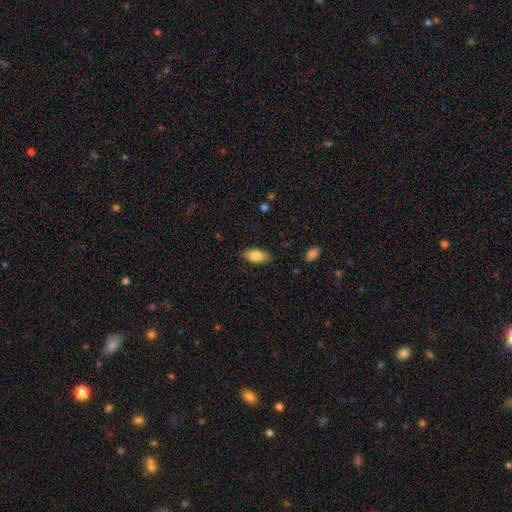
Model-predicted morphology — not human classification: smooth 81%, featured or disk 12%, star or artifact 7%. Down the decision tree: how rounded — in between (89%); merging — none (86%).